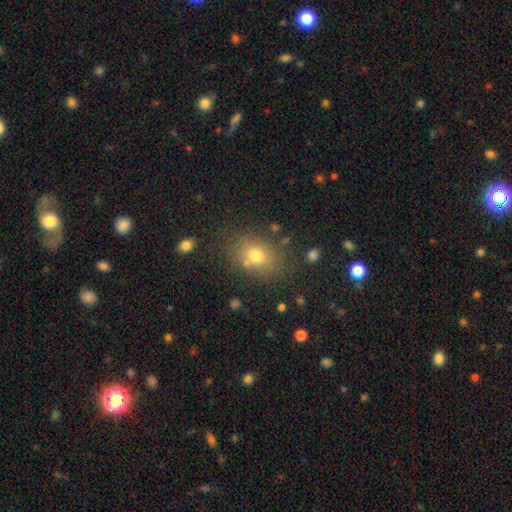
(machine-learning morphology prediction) Smooth or featured? smooth (73%)
How rounded? in between (57%)
Merging? none (76%)